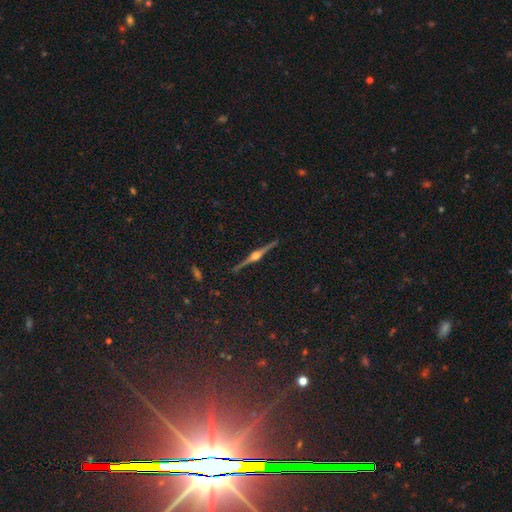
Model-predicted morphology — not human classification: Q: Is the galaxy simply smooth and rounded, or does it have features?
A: featured or disk — 88%.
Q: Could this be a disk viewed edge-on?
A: yes — 98%.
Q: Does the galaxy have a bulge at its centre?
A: rounded — 94%.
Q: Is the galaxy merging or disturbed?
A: none — 91%.